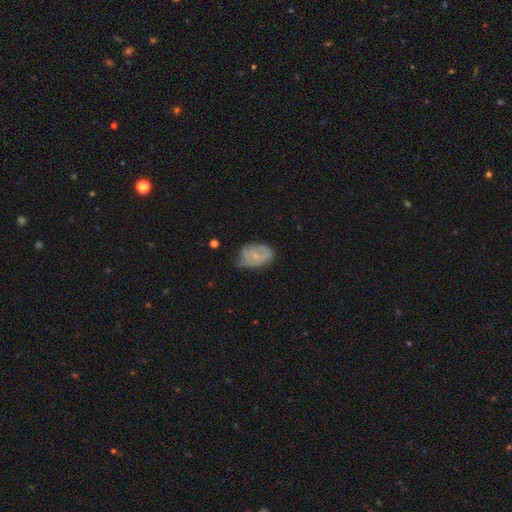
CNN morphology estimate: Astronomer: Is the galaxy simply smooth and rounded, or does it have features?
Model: featured or disk — 48% (runner-up: smooth, 43%).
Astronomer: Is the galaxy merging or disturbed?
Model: none — 50% (runner-up: minor disturbance, 36%).